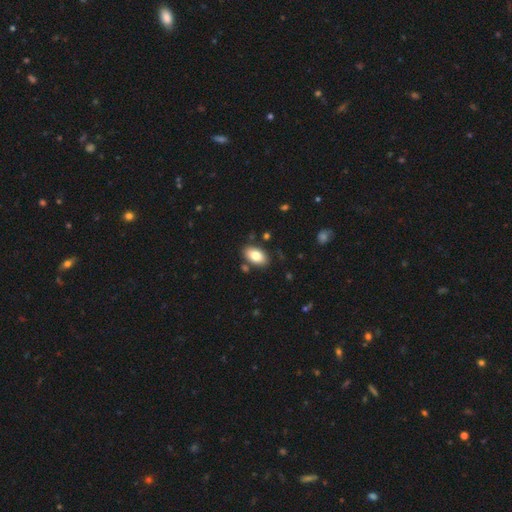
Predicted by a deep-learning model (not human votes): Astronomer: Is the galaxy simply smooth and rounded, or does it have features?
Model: smooth — 82%.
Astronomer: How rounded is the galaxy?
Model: in between — 94%.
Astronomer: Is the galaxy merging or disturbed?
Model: none — 83%.